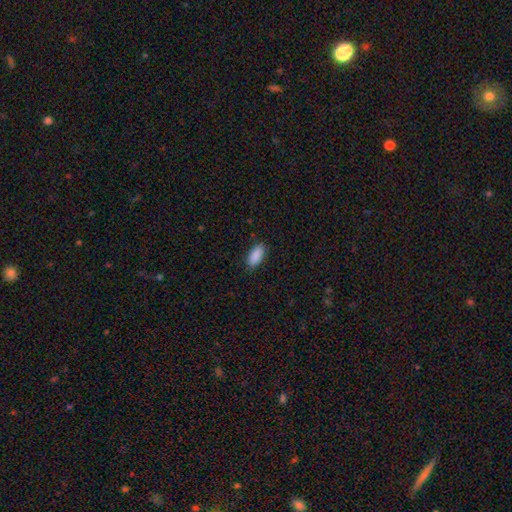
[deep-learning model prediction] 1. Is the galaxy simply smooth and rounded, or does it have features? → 91% smooth, 6% star or artifact, 3% featured or disk.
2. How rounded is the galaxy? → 86% in between, 11% cigar-shaped, 2% round.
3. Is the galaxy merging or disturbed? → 88% none, 9% minor disturbance, 2% major disturbance, 1% merger.